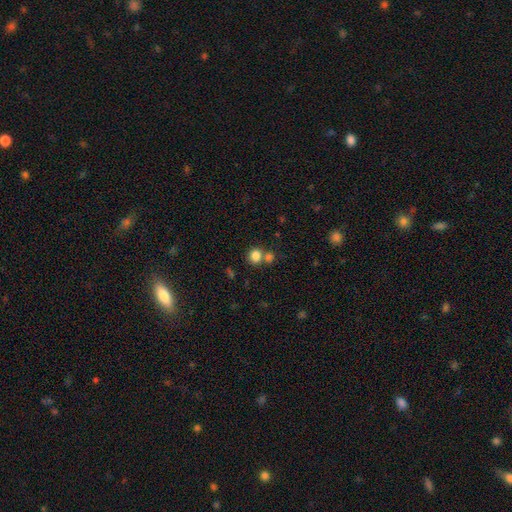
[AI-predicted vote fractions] smooth-or-featured: smooth: 83% | star or artifact: 11% | featured or disk: 6%
  how-rounded: round: 75% | in between: 24% | cigar-shaped: 1%
  merging: none: 59% | merger: 30% | minor disturbance: 8% | major disturbance: 3%